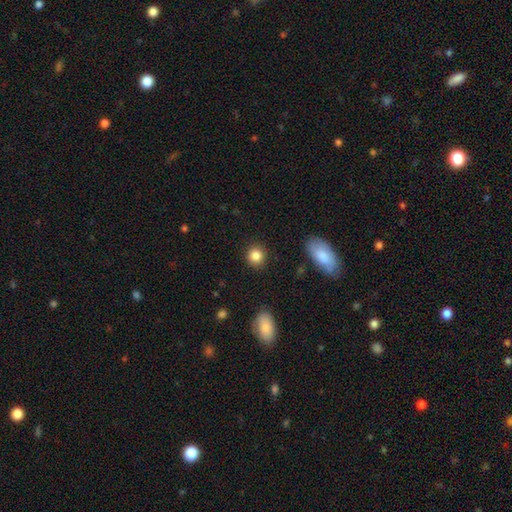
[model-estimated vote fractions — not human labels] smooth_or_featured: smooth (p=0.85) [alt: star or artifact p=0.10]
how_rounded: round (p=0.88) [alt: in between p=0.11]
merging: none (p=0.90) [alt: minor disturbance p=0.07]